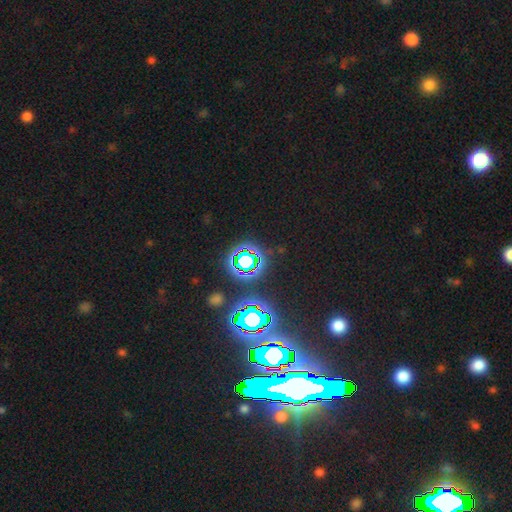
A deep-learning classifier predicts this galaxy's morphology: Smooth or featured? star or artifact (78%)